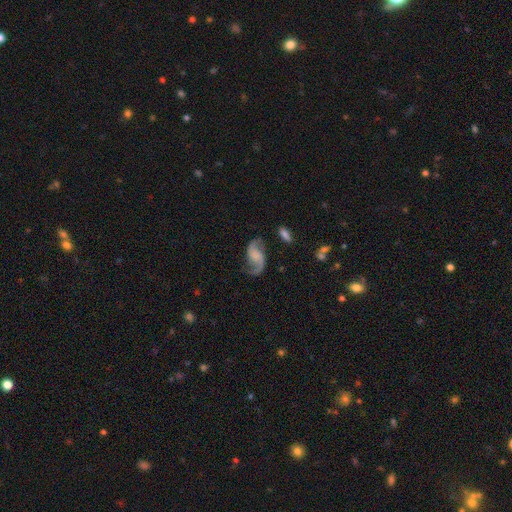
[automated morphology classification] smooth_or_featured: featured or disk (p=0.83) [alt: smooth p=0.11]
disk_edge_on: no (p=0.98) [alt: yes p=0.02]
bar: no (p=0.55) [alt: weak p=0.34]
has_spiral_arms: yes (p=0.96) [alt: no p=0.04]
spiral_winding: loose (p=0.70) [alt: medium p=0.25]
spiral_arm_count: 2 (p=0.87) [alt: 1 p=0.08]
bulge_size: none (p=0.63) [alt: small p=0.16]
merging: none (p=0.66) [alt: minor disturbance p=0.18]